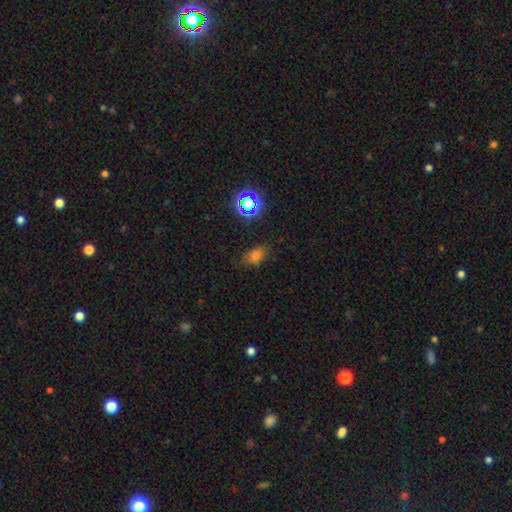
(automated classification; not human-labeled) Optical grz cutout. It shows a smooth galaxy with no disk features (69%) that is in between round and cigar-shaped (78%). Merging: none (75%).